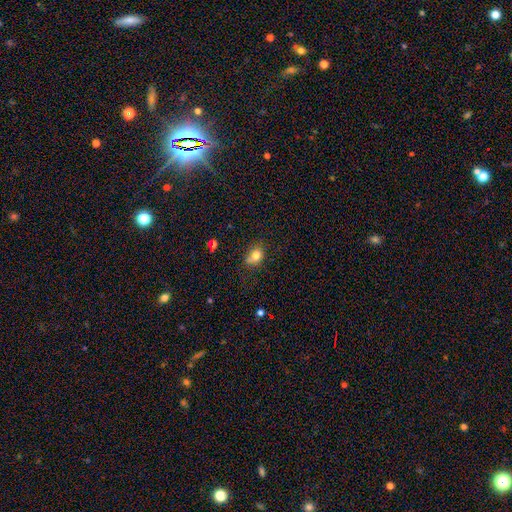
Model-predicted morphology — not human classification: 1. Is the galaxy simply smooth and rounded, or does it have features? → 78% smooth, 11% star or artifact, 10% featured or disk.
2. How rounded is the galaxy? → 59% in between, 40% round, 1% cigar-shaped.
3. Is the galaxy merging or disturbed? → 57% none, 28% minor disturbance, 8% major disturbance, 7% merger.